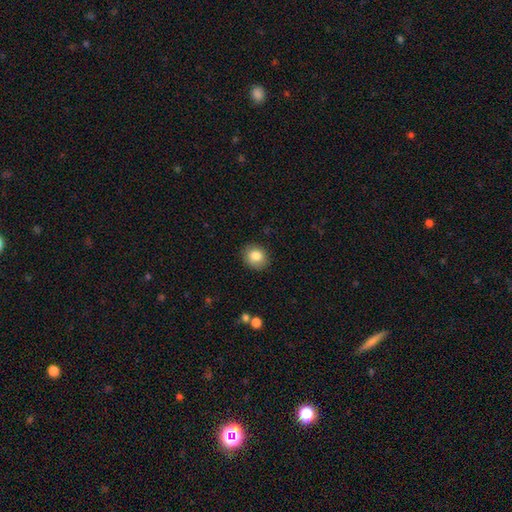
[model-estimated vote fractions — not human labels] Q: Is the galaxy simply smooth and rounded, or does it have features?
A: smooth — 84%.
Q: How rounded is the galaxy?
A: round — 66%.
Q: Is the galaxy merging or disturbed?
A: none — 87%.